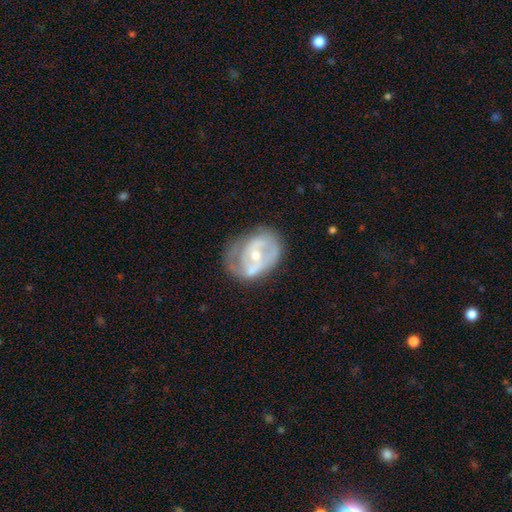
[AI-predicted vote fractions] smooth-or-featured: featured or disk: 76% | smooth: 18% | star or artifact: 6%
  disk-edge-on: no: 96% | yes: 4%
    bar: no: 45% | weak: 37% | strong: 18%
    has-spiral-arms: yes: 71% | no: 29%
      spiral-winding: tight: 41% (tied) | medium: 41% (tied) | loose: 19%
      spiral-arm-count: 2: 57% | can't tell: 25% | 1: 10% | 3: 5% | 4: 2% | more than 4: 1%
    bulge-size: moderate: 49% | small: 47% | large: 2% | none: 1% | dominant: 1%
  merging: none: 54% | minor disturbance: 28% | major disturbance: 16% | merger: 3%